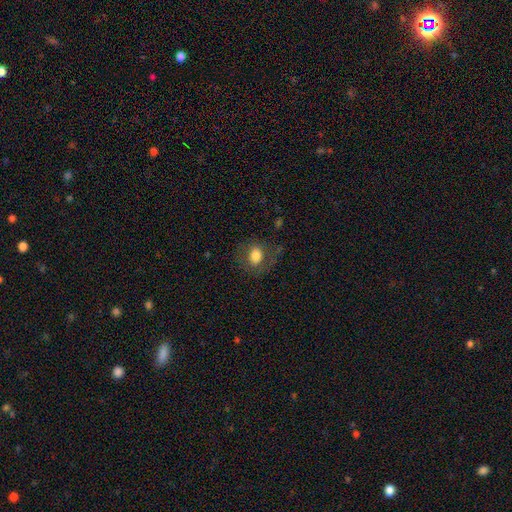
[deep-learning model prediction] smooth-or-featured: smooth: 74% | featured or disk: 17% | star or artifact: 9%
  how-rounded: in between: 57% | round: 42% | cigar-shaped: 1%
  merging: none: 72% | minor disturbance: 16% | major disturbance: 11% | merger: 2%